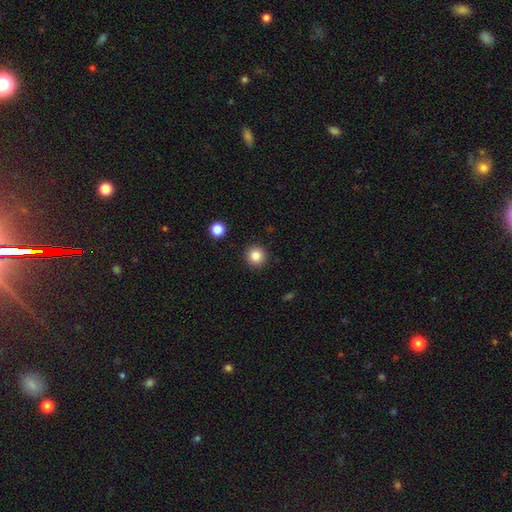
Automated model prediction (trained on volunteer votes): smooth-or-featured: smooth: 84% | star or artifact: 11% | featured or disk: 5%
  how-rounded: round: 95% | in between: 4% | cigar-shaped: 1%
  merging: none: 92% | minor disturbance: 5% | major disturbance: 2% | merger: 2%